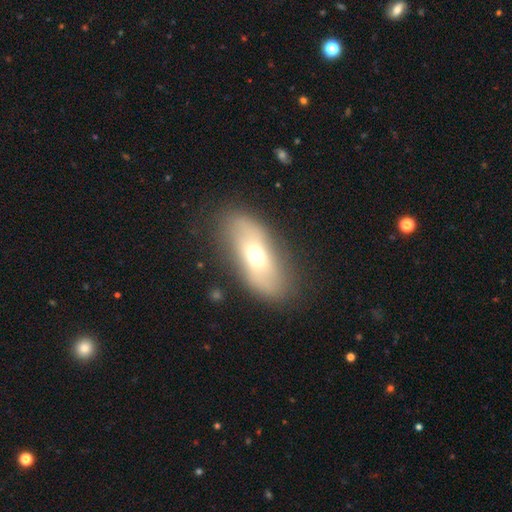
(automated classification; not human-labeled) This is possibly a smooth galaxy (56%). How rounded: clearly in between (81%). Merging: likely none (78%).